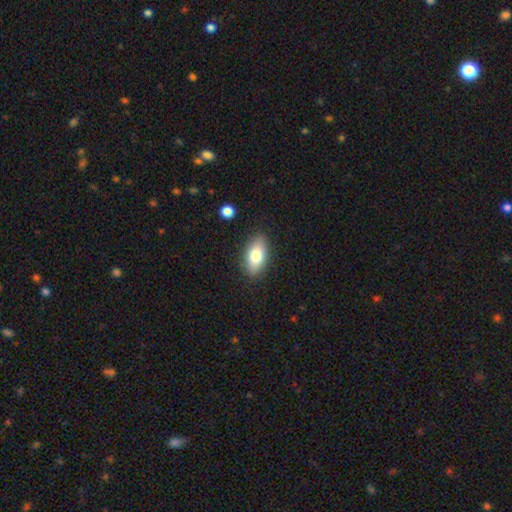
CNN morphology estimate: Smooth or featured?
  - smooth: 77% *
  - featured or disk: 16%
  - star or artifact: 7%
How rounded?
  - in between: 90% *
  - cigar-shaped: 6%
  - round: 4%
Merging?
  - none: 86% *
  - minor disturbance: 10%
  - major disturbance: 3%
  - merger: 1%